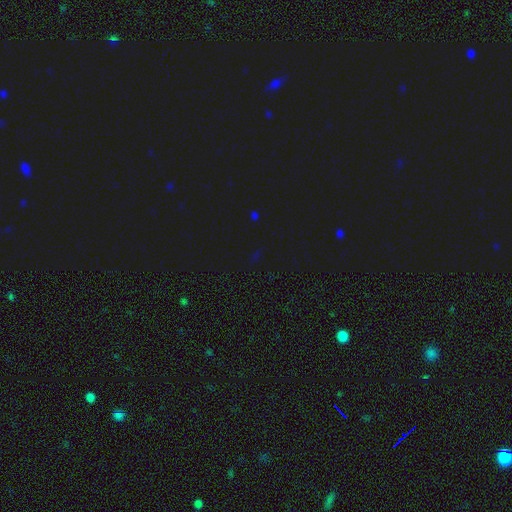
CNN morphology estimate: star or artifact 76%, smooth 17%, featured or disk 7%.